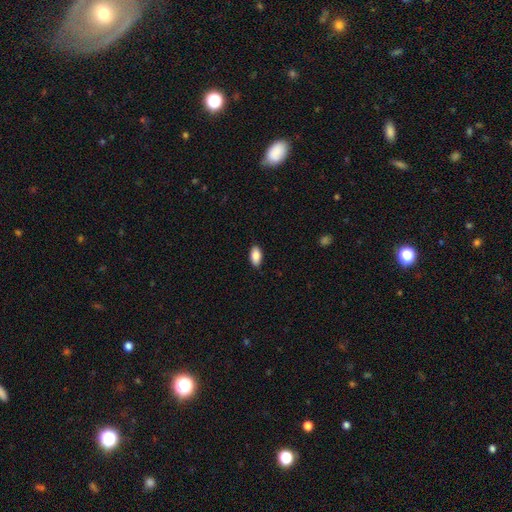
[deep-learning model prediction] This is clearly a smooth galaxy (88%). How rounded: clearly in between (93%). Merging: clearly none (86%).